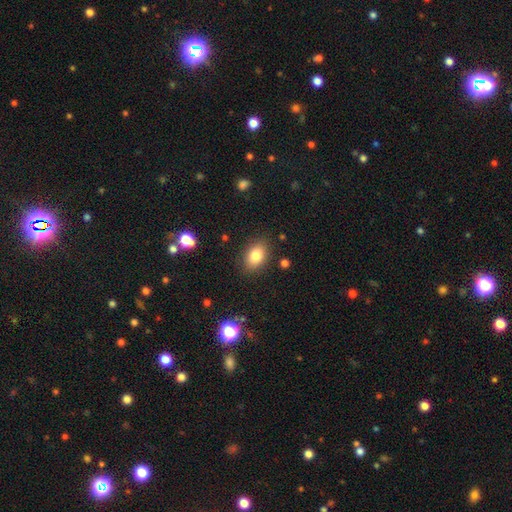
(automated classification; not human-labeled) Smooth or featured: smooth — 82% (star or artifact — 9%)
How rounded: in between — 83% (round — 16%)
Merging: none — 86% (minor disturbance — 10%)